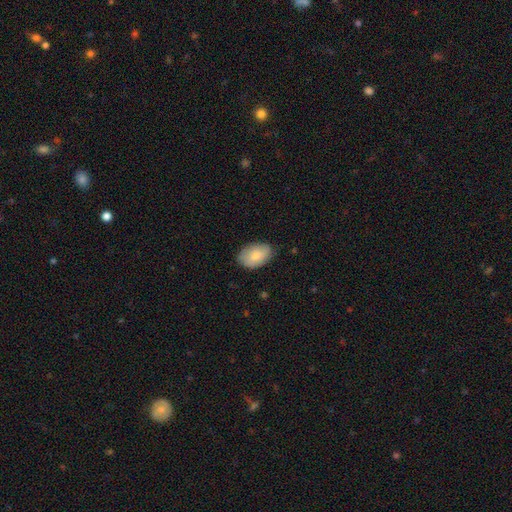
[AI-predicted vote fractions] This is clearly a smooth galaxy (81%). How rounded: clearly in between (90%). Merging: likely none (77%).